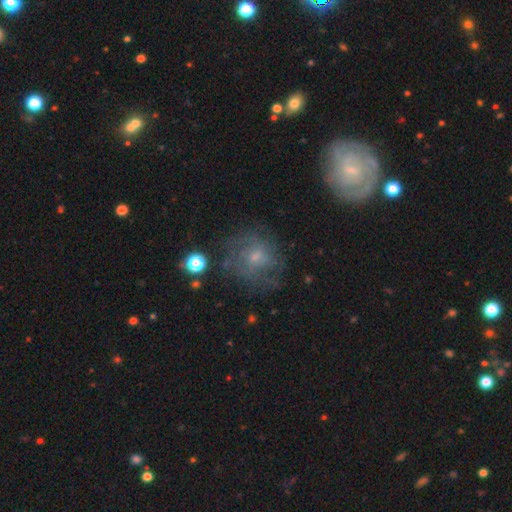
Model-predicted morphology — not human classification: Smooth or featured?
  - featured or disk: 54% *
  - smooth: 32%
  - star or artifact: 14%
Edge-on disk?
  - no: 97% *
  - yes: 3%
Bar?
  - no: 67% *
  - weak: 29%
  - strong: 4%
Spiral arms?
  - yes: 69% *
  - no: 31%
Bulge size?
  - small: 59% *
  - moderate: 29%
  - none: 8%
  - large: 2%
  - dominant: 1%
Merging?
  - none: 65% *
  - minor disturbance: 18%
  - major disturbance: 13%
  - merger: 3%